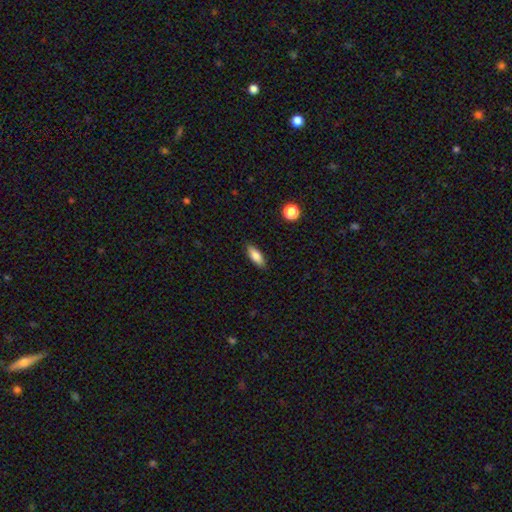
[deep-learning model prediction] smooth-or-featured: smooth: 82% | featured or disk: 11% | star or artifact: 7%
  how-rounded: in between: 73% | cigar-shaped: 24% | round: 3%
  merging: none: 88% | minor disturbance: 9% | major disturbance: 2% | merger: 1%